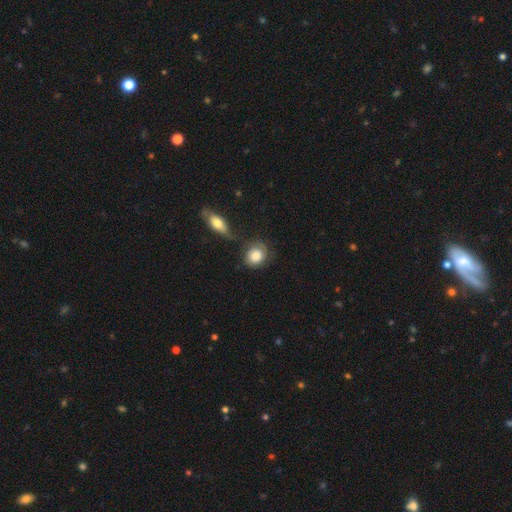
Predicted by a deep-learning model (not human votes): smooth-or-featured: smooth: 80% | featured or disk: 13% | star or artifact: 7%
  how-rounded: round: 69% | in between: 29% | cigar-shaped: 2%
  merging: none: 58% | minor disturbance: 20% | merger: 14% | major disturbance: 7%